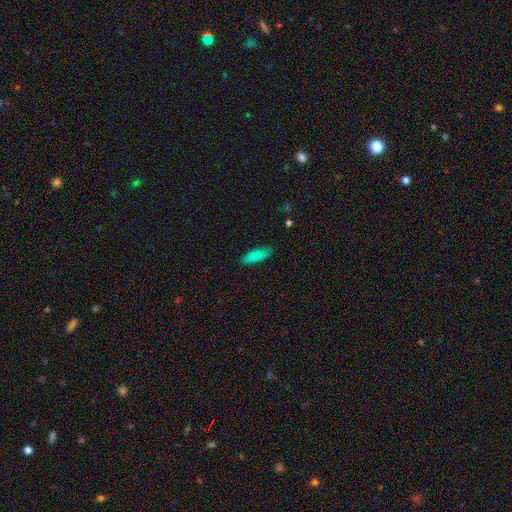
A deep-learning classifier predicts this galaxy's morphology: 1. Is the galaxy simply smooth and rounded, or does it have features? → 87% smooth, 7% star or artifact, 6% featured or disk.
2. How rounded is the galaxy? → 54% in between, 45% cigar-shaped, 2% round.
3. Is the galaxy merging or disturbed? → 88% none, 9% minor disturbance, 2% major disturbance, 1% merger.